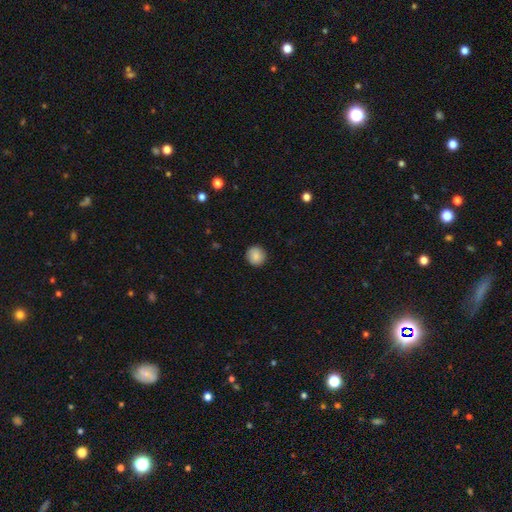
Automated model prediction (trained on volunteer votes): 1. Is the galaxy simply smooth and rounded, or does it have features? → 87% smooth, 8% star or artifact, 5% featured or disk.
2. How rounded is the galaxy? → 93% round, 6% in between, 1% cigar-shaped.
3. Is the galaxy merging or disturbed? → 92% none, 6% minor disturbance, 2% major disturbance, 1% merger.